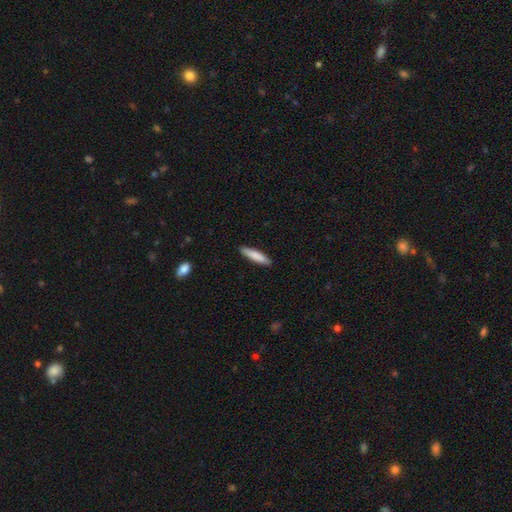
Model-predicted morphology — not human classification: Smooth or featured? Predicted: smooth (p=0.83). How rounded? Predicted: cigar-shaped (p=0.83). Merging? Predicted: none (p=0.89).